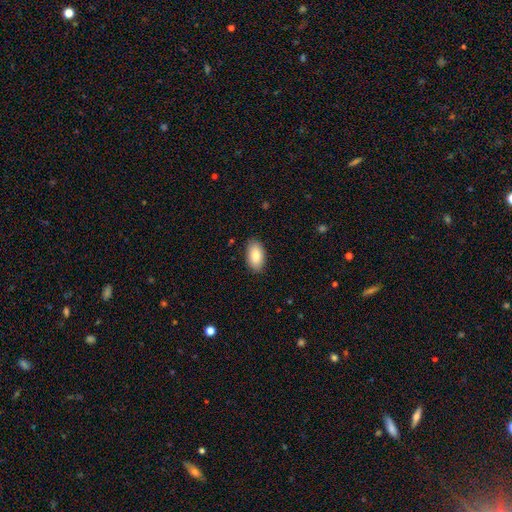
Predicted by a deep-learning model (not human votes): The model was most divided on "merging": none: 87%, minor disturbance: 10%, major disturbance: 2%, merger: 1%. More confident: how rounded — in between (95%); smooth or featured — smooth (86%).